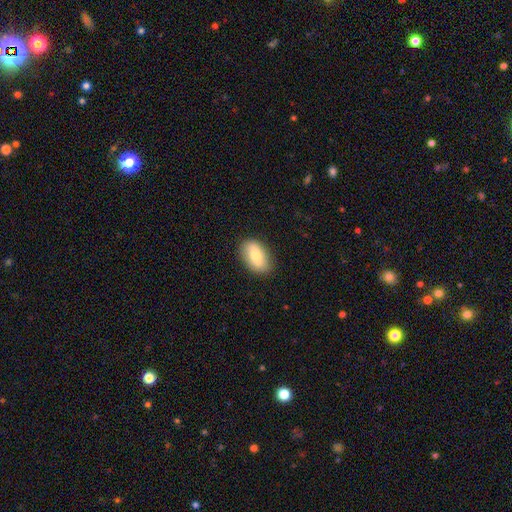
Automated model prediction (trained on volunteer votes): The model was most divided on "smooth or featured": smooth: 73%, featured or disk: 21%, star or artifact: 6%. More confident: how rounded — in between (90%); merging — none (86%).